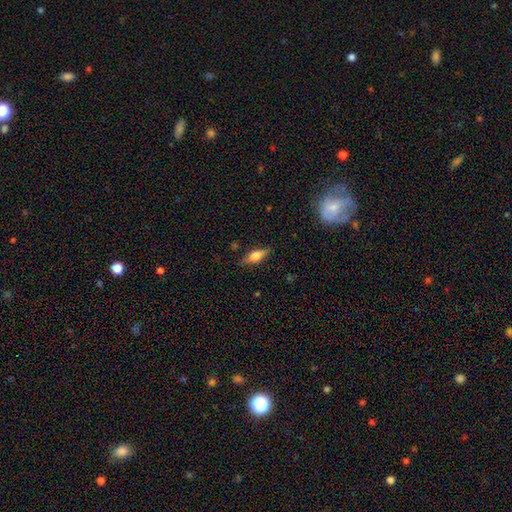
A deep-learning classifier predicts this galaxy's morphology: A smooth galaxy with no disk features (65%) that is in between round and cigar-shaped (64%). Merging: none (82%).